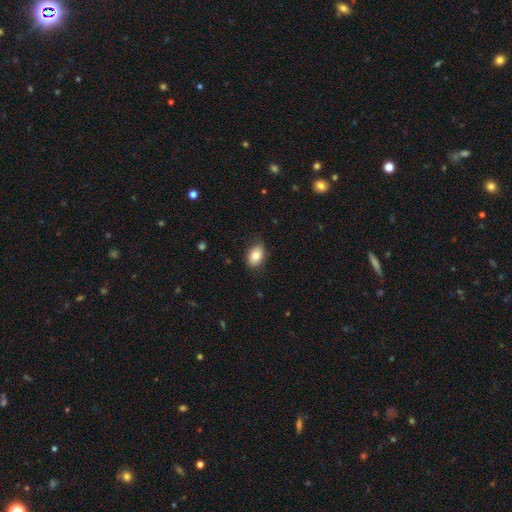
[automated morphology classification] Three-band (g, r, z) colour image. It shows a smooth galaxy with no disk features (81%) that is in between round and cigar-shaped (86%). Merging: none (82%).